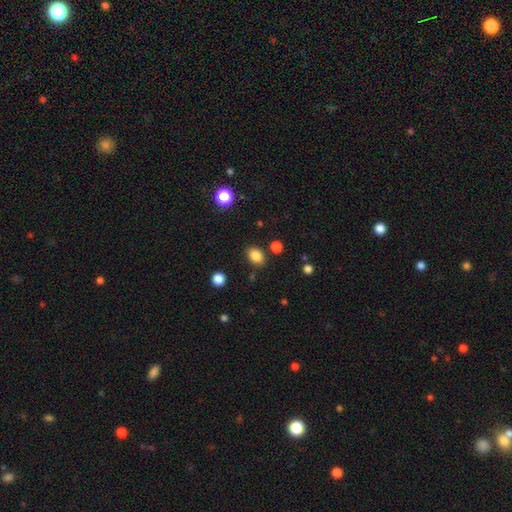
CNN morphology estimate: This is clearly a smooth galaxy (85%). How rounded: likely in between (69%). Merging: clearly none (83%).